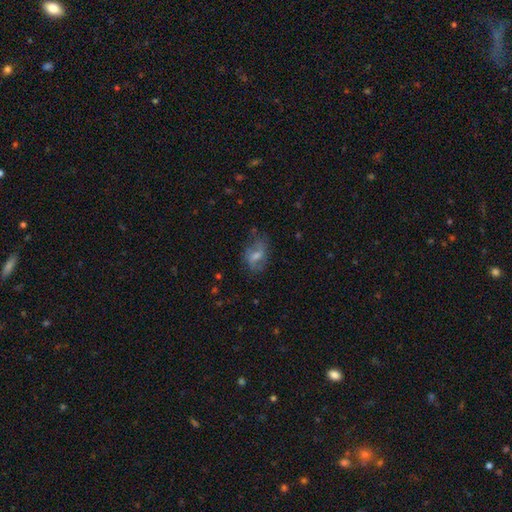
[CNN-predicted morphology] Overall: featured or disk (48%; smooth 39%). Merging: none (61%; minor disturbance 23%).